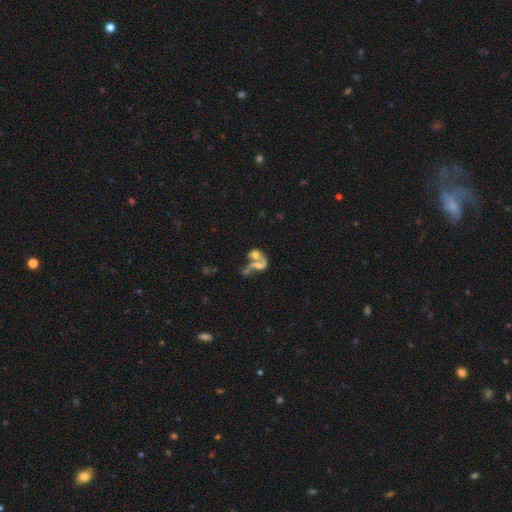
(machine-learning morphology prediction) This is possibly a featured or disk galaxy (50%). Merging: likely merger (61%).